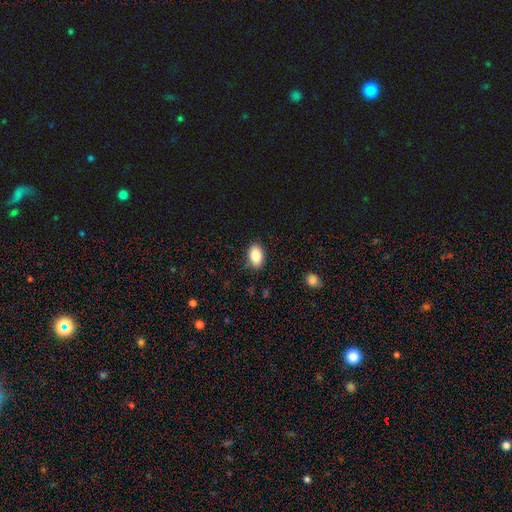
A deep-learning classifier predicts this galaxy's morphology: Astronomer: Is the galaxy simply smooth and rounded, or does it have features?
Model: smooth — 85%.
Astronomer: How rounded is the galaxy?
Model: in between — 87%.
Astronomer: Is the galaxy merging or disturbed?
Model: none — 85%.